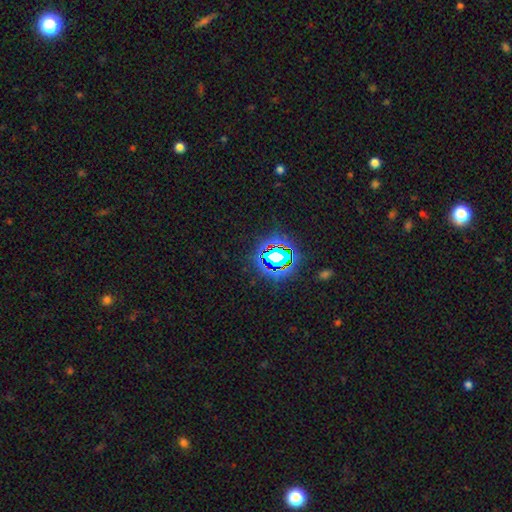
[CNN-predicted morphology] Smooth or featured: star or artifact — 81% (smooth — 13%)